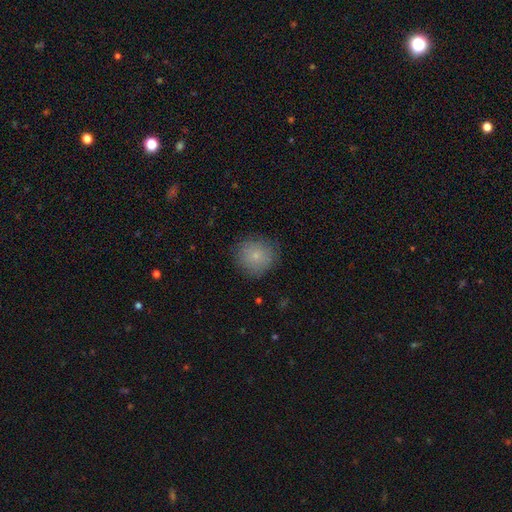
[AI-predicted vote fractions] Smooth or featured? Predicted: smooth (p=0.80). How rounded? Predicted: round (p=0.89). Merging? Predicted: none (p=0.83).